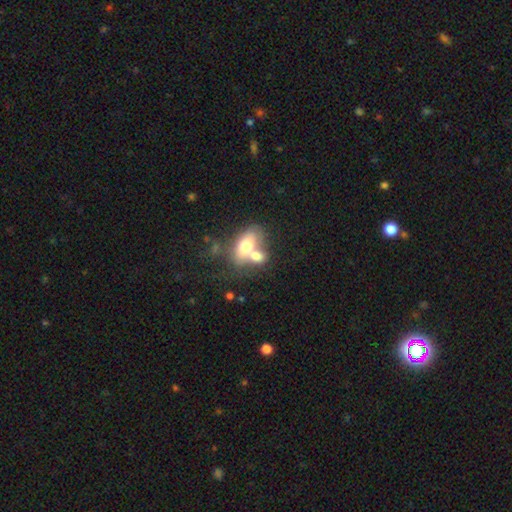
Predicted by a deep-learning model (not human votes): Overall: smooth (67%). How rounded: in between (84%). Merging: merger (64%).